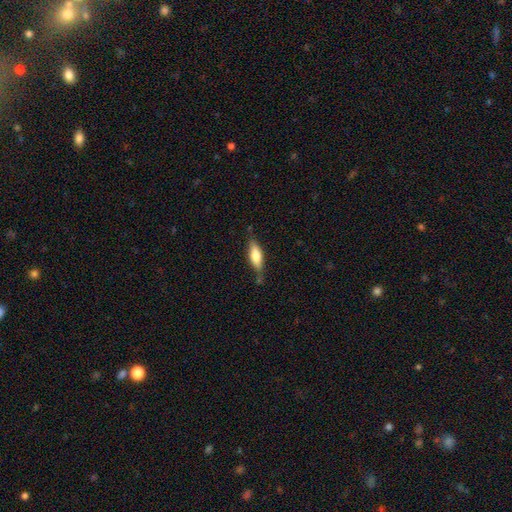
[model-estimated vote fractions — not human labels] smooth-or-featured: smooth: 65% | featured or disk: 29% | star or artifact: 6%
  how-rounded: in between: 56% | cigar-shaped: 41% | round: 2%
  merging: none: 72% | minor disturbance: 20% | merger: 5% | major disturbance: 4%